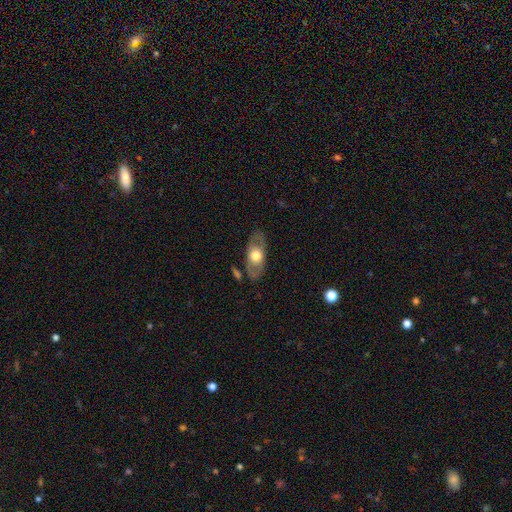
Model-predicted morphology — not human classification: Q: Smooth or featured?
A: smooth (50%); runner-up: featured or disk (45%)
Q: Merging?
A: none (77%); runner-up: minor disturbance (14%)